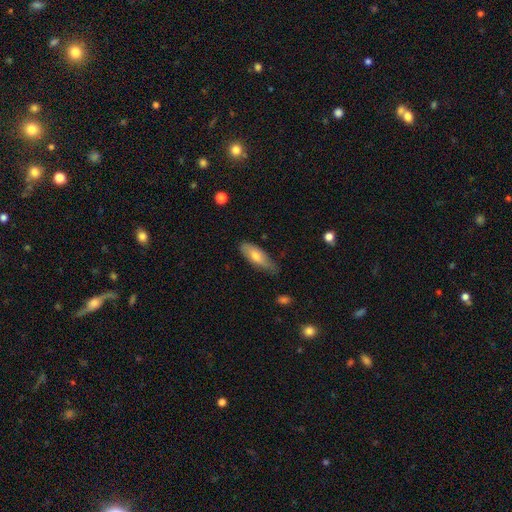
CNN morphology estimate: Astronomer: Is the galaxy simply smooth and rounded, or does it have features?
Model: smooth — 66%.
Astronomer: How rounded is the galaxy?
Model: in between — 63%.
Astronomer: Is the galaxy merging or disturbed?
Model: none — 65%.